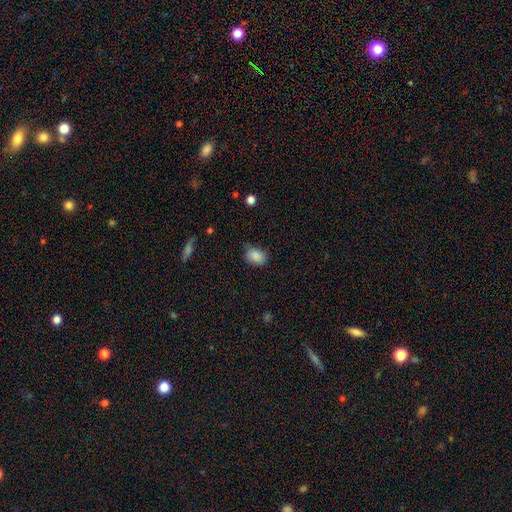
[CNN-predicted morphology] The model was most divided on "merging": none: 71%, minor disturbance: 23%, major disturbance: 4%, merger: 2%. More confident: smooth or featured — smooth (87%); how rounded — in between (78%).